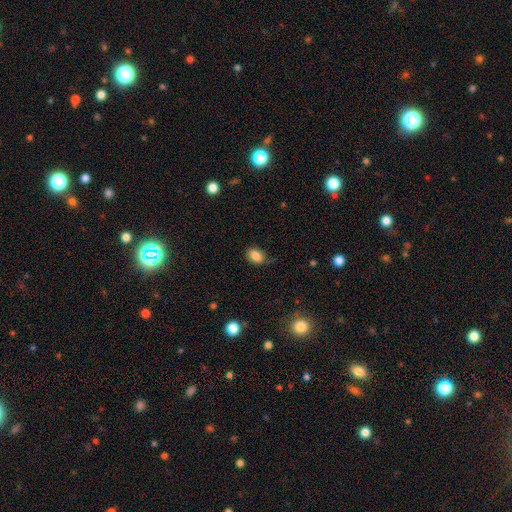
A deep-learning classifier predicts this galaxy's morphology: Q: Smooth or featured?
A: smooth (84%); runner-up: star or artifact (10%)
Q: How rounded?
A: in between (69%); runner-up: round (30%)
Q: Merging?
A: none (70%); runner-up: minor disturbance (23%)